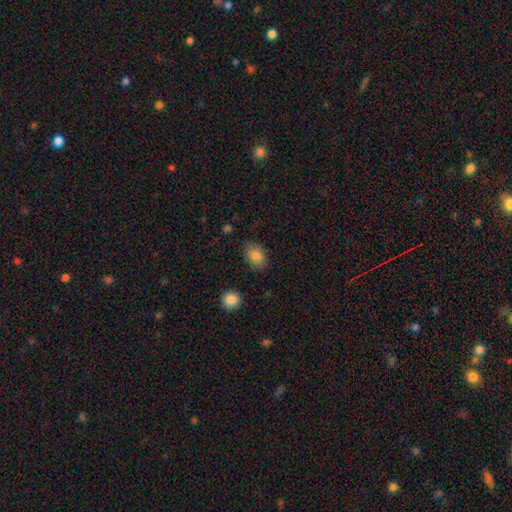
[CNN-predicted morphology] This appears to be a smooth galaxy with no disk features (85%) that is in between round and cigar-shaped (81%). Merging: none (81%).